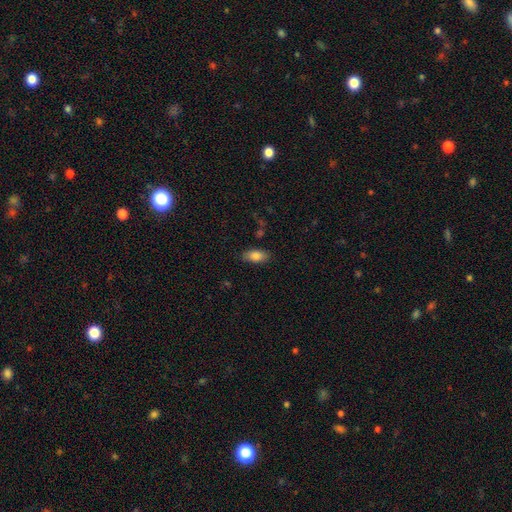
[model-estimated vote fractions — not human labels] Q: Smooth or featured?
A: smooth (84%); runner-up: featured or disk (9%)
Q: How rounded?
A: in between (89%); runner-up: cigar-shaped (7%)
Q: Merging?
A: none (83%); runner-up: minor disturbance (12%)